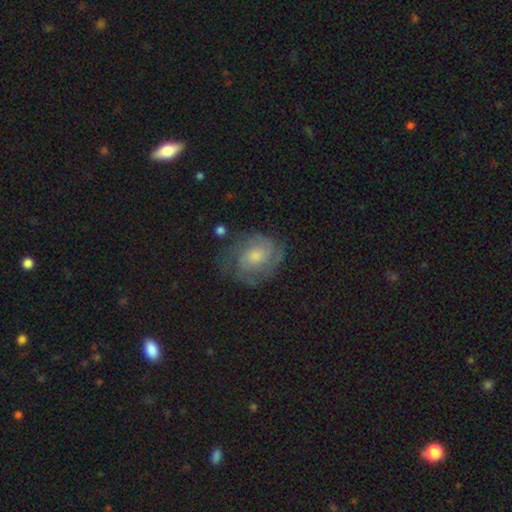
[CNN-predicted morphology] Smooth or featured: featured or disk — 68% (smooth — 24%)
Edge-on disk: no — 97% (yes — 3%)
Bar: no — 70% (weak — 27%)
Spiral arms: yes — 89% (no — 11%)
Spiral winding: tight — 52% (medium — 37%)
Spiral arm count: 2 — 42% (can't tell — 30%)
Bulge size: moderate — 49% (small — 32%)
Merging: none — 66% (minor disturbance — 21%)